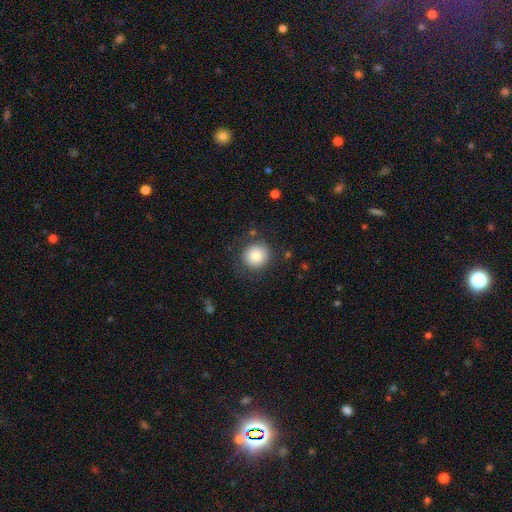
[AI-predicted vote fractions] This appears to be a smooth galaxy with no disk features (80%) that is round (91%). Merging: none (82%).